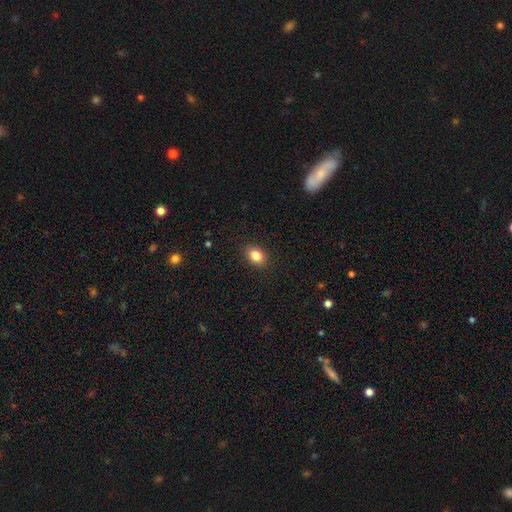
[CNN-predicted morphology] smooth-or-featured: smooth: 85% | star or artifact: 10% | featured or disk: 6%
  how-rounded: in between: 64% | round: 35% | cigar-shaped: 1%
  merging: none: 89% | minor disturbance: 8% | major disturbance: 2% | merger: 1%